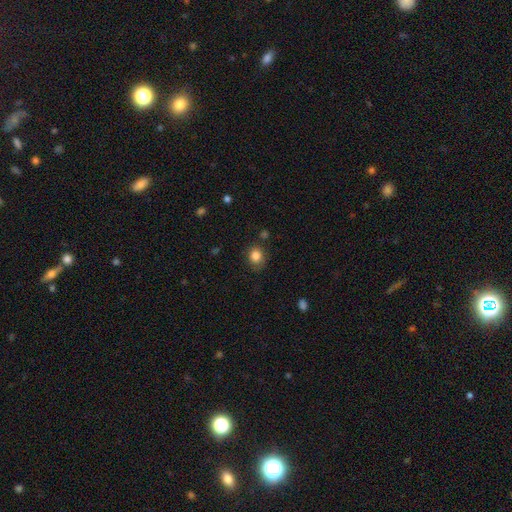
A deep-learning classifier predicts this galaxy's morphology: Overall: smooth (83%). How rounded: round (65%; in between 34%). Merging: none (78%).